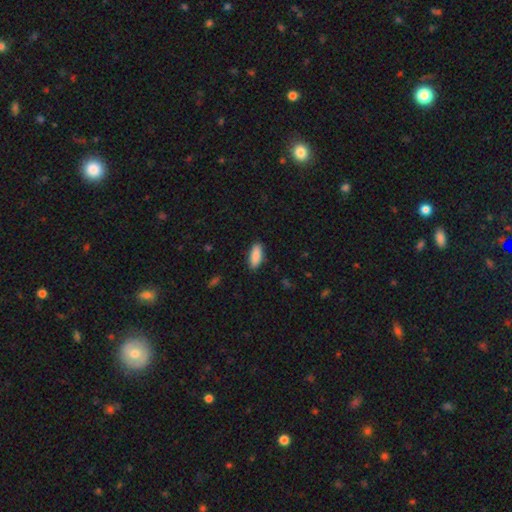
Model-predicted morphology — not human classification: Smooth or featured?
  - smooth: 90% *
  - star or artifact: 6%
  - featured or disk: 4%
How rounded?
  - in between: 77% *
  - cigar-shaped: 21%
  - round: 2%
Merging?
  - none: 89% *
  - minor disturbance: 8%
  - major disturbance: 2%
  - merger: 1%